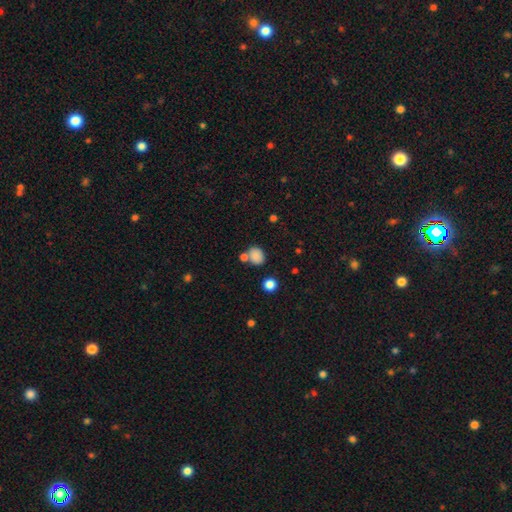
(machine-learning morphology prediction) type=smooth (83%); roundness=round (51%); merging=none (60%).